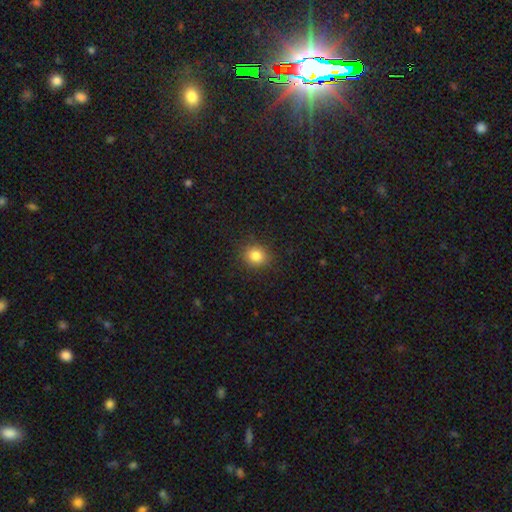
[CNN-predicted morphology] Overall: smooth (84%). How rounded: round (76%). Merging: none (88%).